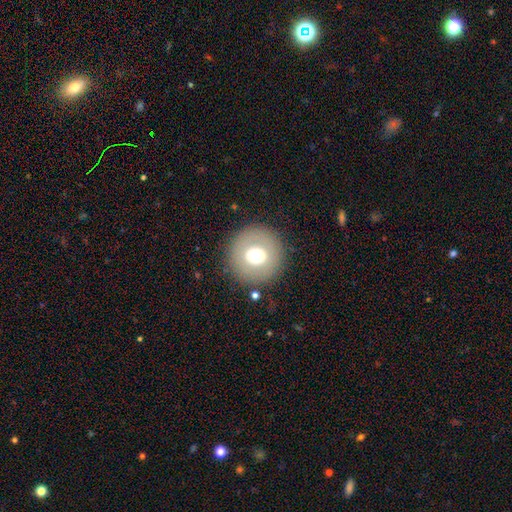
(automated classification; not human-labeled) A smooth galaxy with no disk features (65%) that is round (96%).

Vote fractions:
- Smooth or featured? smooth: 65% / featured or disk: 24% / star or artifact: 11%
- How rounded? round: 96% / in between: 3% / cigar-shaped: 1%
- Merging? none: 87% / minor disturbance: 7% / major disturbance: 4% / merger: 2%